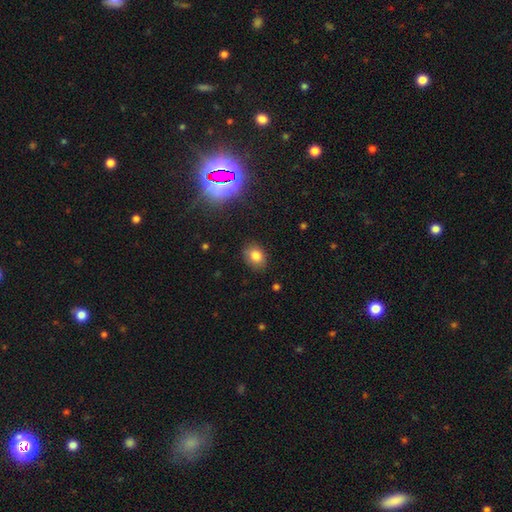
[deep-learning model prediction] A smooth galaxy with no disk features (80%) that is in between round and cigar-shaped (57%). Merging: none (82%).